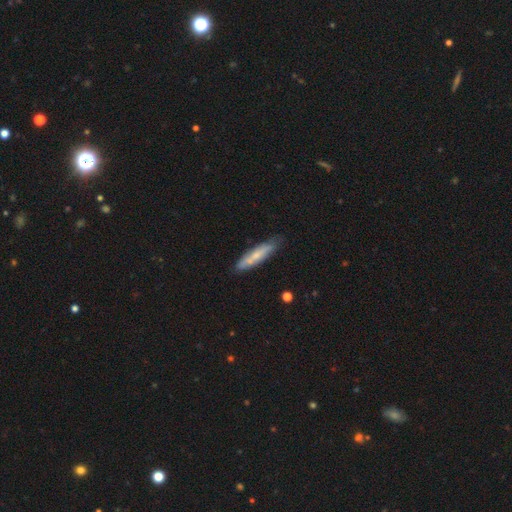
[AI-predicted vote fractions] The model was most divided on "smooth or featured": smooth: 59%, featured or disk: 35%, star or artifact: 6%. More confident: how rounded — cigar-shaped (80%); merging — none (76%).